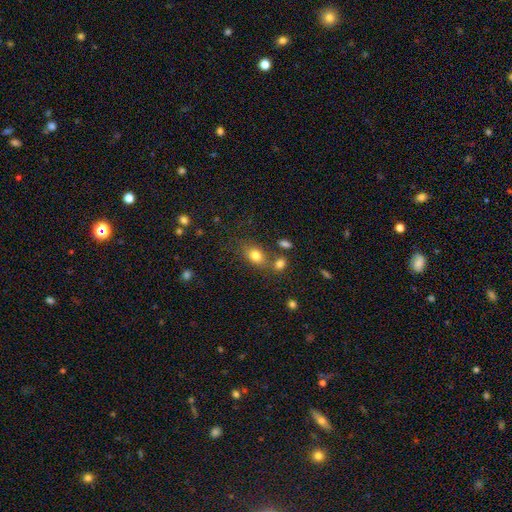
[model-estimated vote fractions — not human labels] Smooth or featured? Predicted: smooth (p=0.78). How rounded? Predicted: in between (p=0.65). Merging? Predicted: none (p=0.63).